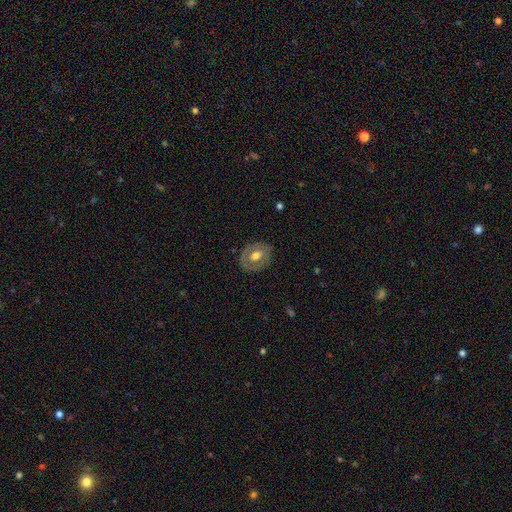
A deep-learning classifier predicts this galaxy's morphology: smooth-or-featured: featured or disk: 51% | smooth: 43% | star or artifact: 6%
  disk-edge-on: no: 94% | yes: 6%
  merging: none: 80% | minor disturbance: 14% | major disturbance: 4% | merger: 1%